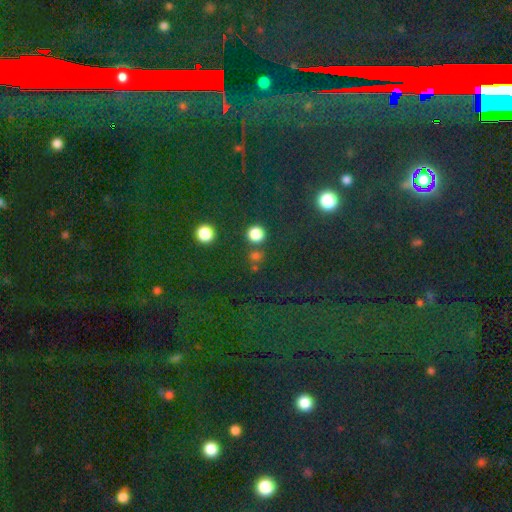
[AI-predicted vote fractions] Smooth or featured? smooth (70%)
How rounded? round (89%)
Merging? none (79%)